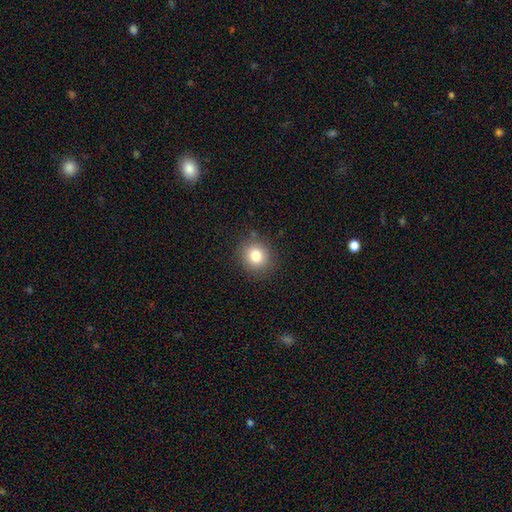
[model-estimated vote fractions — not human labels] The model was most divided on "smooth or featured": smooth: 80%, star or artifact: 12%, featured or disk: 8%. More confident: merging — none (87%); how rounded — round (85%).